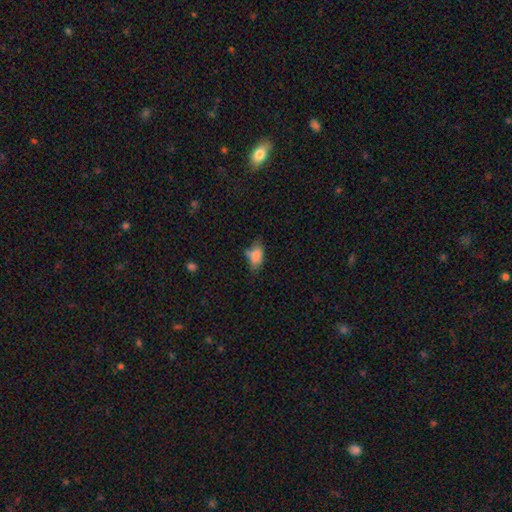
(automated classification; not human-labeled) A smooth galaxy with no disk features (77%) that is in between round and cigar-shaped (88%). Merging: none (49%).